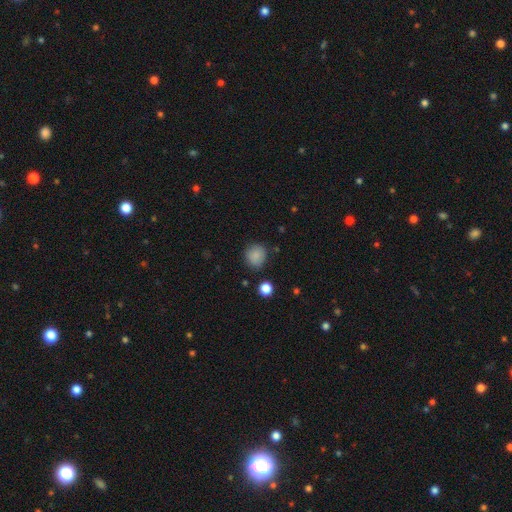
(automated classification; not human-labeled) The model was most divided on "merging": none: 82%, minor disturbance: 12%, major disturbance: 3%, merger: 2%. More confident: smooth or featured — smooth (86%); how rounded — round (86%).